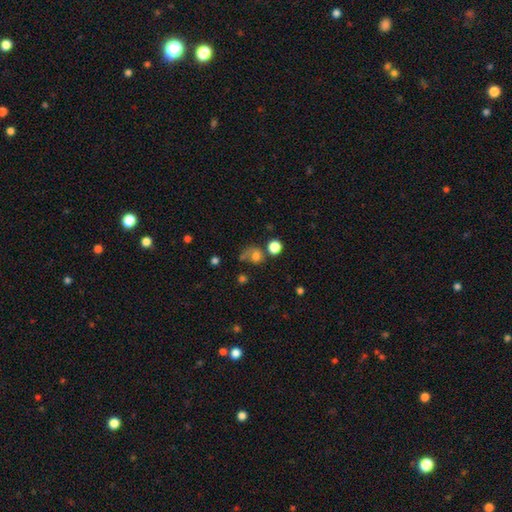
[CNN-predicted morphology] smooth-or-featured: smooth: 66% | featured or disk: 18% | star or artifact: 16%
  how-rounded: round: 74% | in between: 25% | cigar-shaped: 1%
  merging: none: 40% | major disturbance: 23% | merger: 20% | minor disturbance: 17%